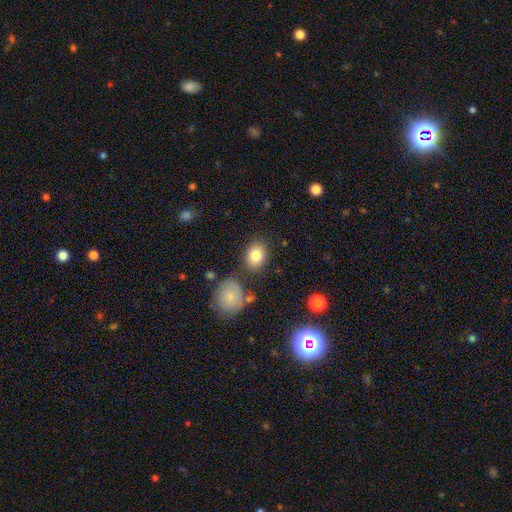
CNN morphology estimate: Smooth or featured? Predicted: smooth (p=0.84). How rounded? Predicted: in between (p=0.63). Merging? Predicted: none (p=0.75).